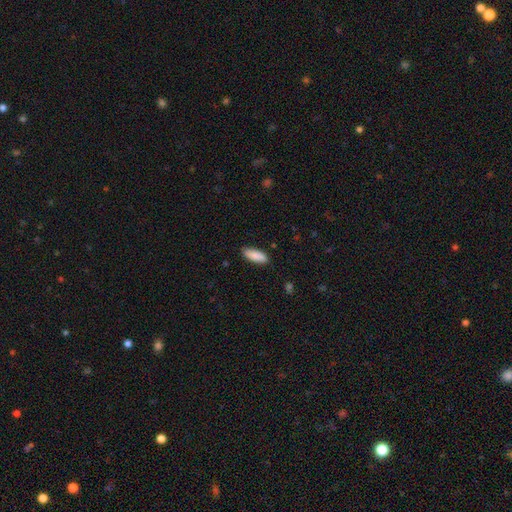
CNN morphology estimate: This appears to be a smooth galaxy with no disk features (89%) that is in between round and cigar-shaped (67%). Merging: none (86%).